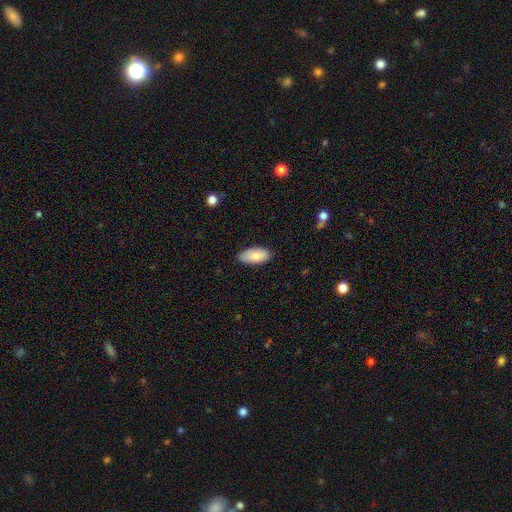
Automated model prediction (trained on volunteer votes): smooth 81%, featured or disk 13%, star or artifact 6%. Down the decision tree: how rounded — in between (92%); merging — none (84%).